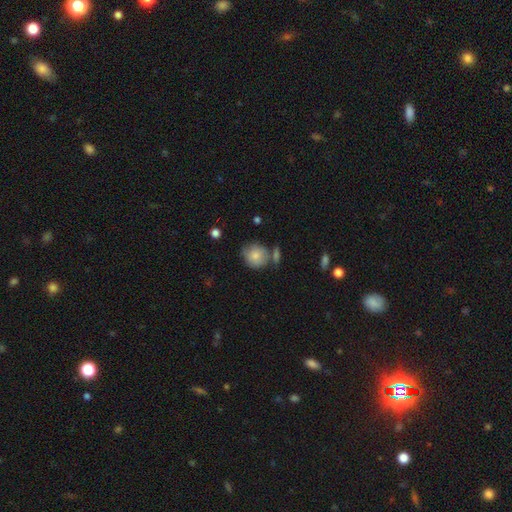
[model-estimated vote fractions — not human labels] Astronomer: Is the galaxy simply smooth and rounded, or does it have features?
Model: smooth — 79%.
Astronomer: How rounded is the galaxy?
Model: round — 85%.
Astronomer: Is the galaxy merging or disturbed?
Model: none — 58%.